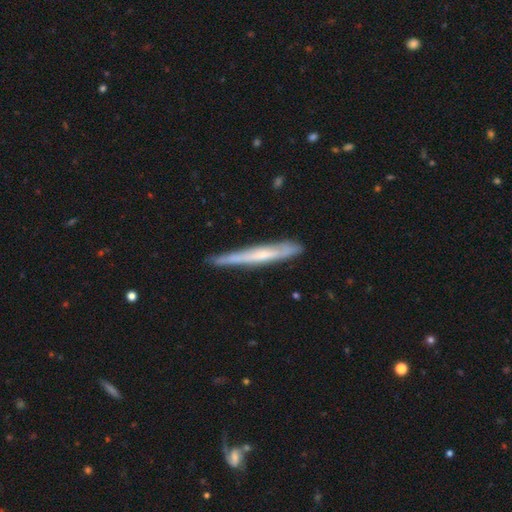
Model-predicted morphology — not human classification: A featured or disk galaxy (58%) viewed edge-on (91%) with no central bulge (55%). Merging: none (79%).